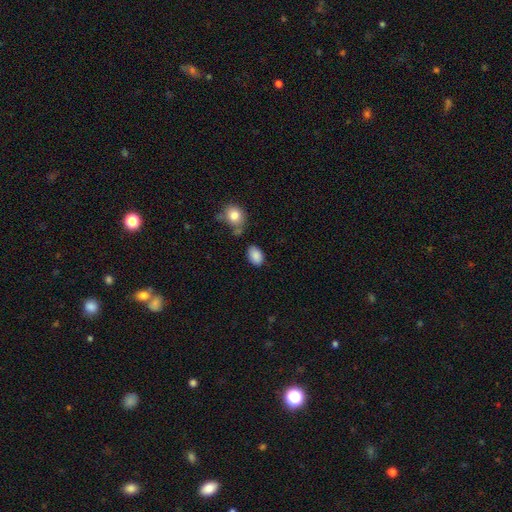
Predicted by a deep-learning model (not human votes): Smooth or featured? Predicted: smooth (p=0.87). How rounded? Predicted: in between (p=0.87). Merging? Predicted: none (p=0.72).